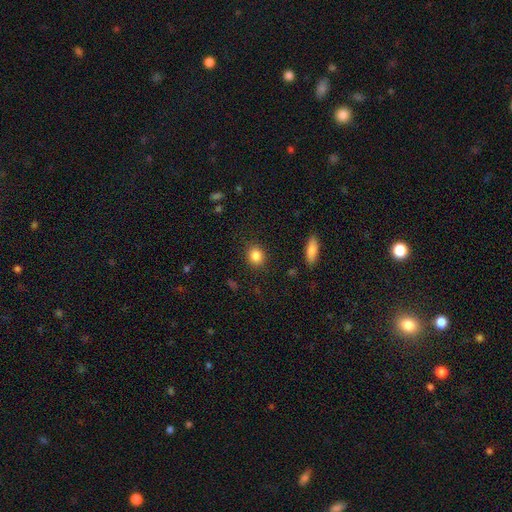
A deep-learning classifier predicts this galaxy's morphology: smooth 85%, star or artifact 9%, featured or disk 6%. Down the decision tree: how rounded — round (72%); merging — none (89%).